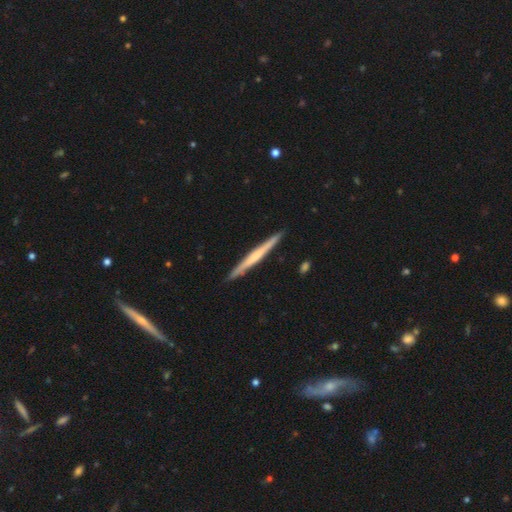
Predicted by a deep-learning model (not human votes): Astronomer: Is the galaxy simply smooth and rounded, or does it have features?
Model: featured or disk — 55% (runner-up: smooth, 40%).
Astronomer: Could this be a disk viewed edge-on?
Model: yes — 98%.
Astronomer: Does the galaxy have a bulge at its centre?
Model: none — 67%.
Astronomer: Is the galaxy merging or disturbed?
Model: none — 91%.